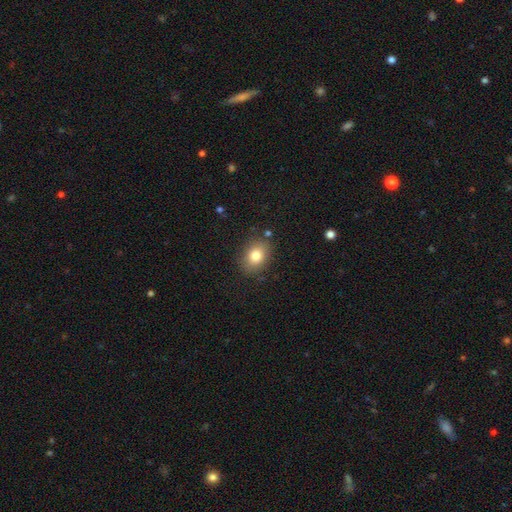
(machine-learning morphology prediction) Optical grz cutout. It shows a smooth galaxy with no disk features (80%) that is in between round and cigar-shaped (67%). Merging: none (83%).